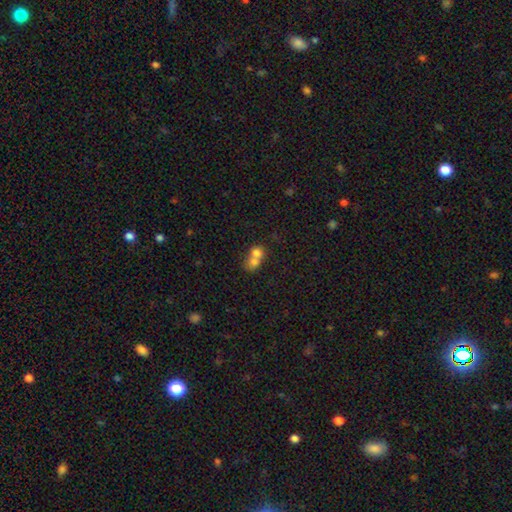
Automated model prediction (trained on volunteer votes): Overall: smooth (71%). How rounded: round (66%; in between 32%). Merging: merger (72%).